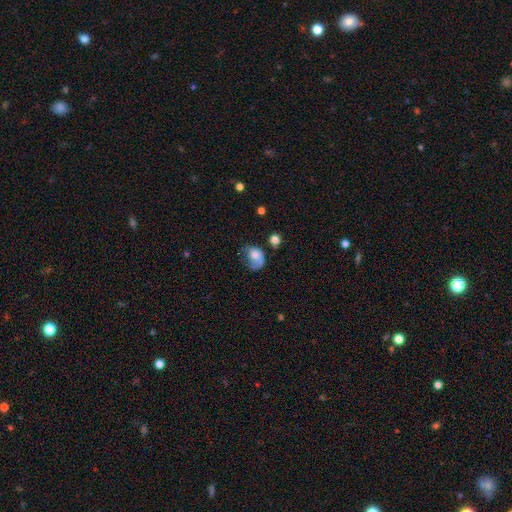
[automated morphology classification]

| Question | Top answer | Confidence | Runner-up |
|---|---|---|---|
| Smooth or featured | smooth | 58% | featured or disk (32%) |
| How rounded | in between | 55% | round (44%) |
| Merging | major disturbance | 44% | none (26%) |